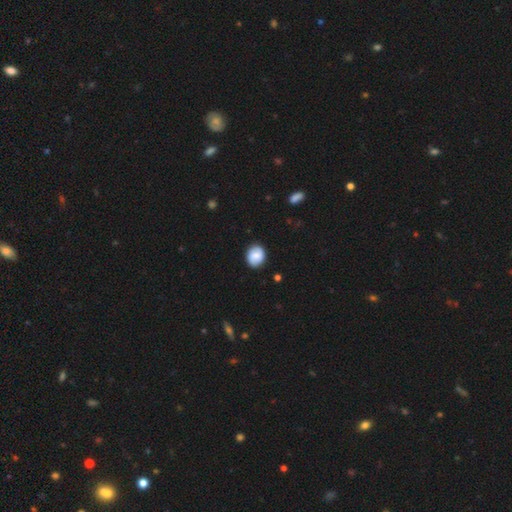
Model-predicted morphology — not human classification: This appears to be a smooth galaxy with no disk features (69%) that is round (67%). Merging: none (86%).